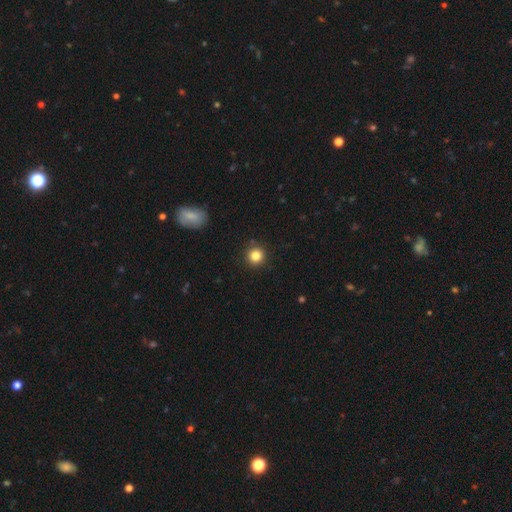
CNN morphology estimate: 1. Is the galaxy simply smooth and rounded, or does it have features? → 84% smooth, 12% star or artifact, 4% featured or disk.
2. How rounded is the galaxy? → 94% round, 5% in between, 1% cigar-shaped.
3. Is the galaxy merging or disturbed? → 91% none, 6% minor disturbance, 2% major disturbance, 2% merger.